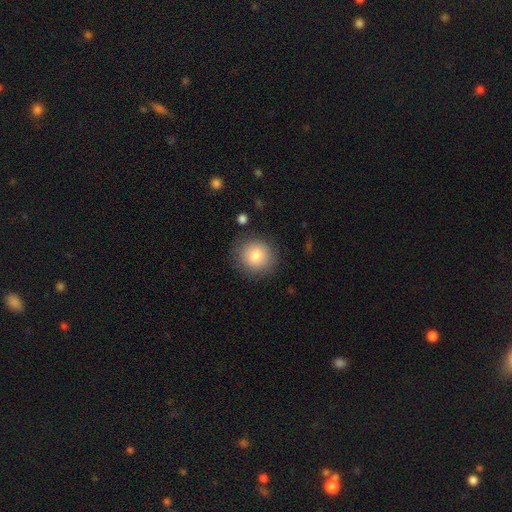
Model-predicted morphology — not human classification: The model was most divided on "smooth or featured": smooth: 80%, featured or disk: 11%, star or artifact: 9%. More confident: how rounded — round (89%); merging — none (85%).